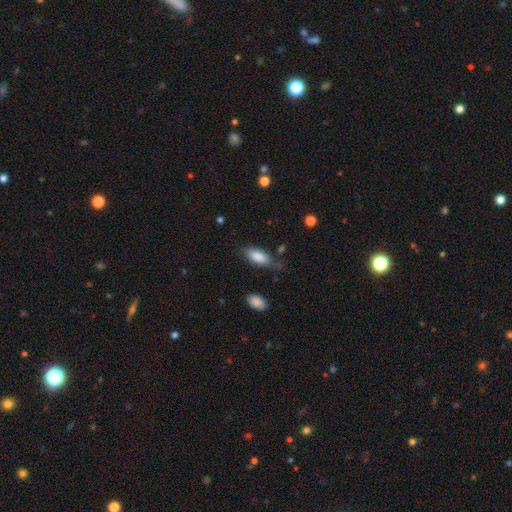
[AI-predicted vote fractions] smooth-or-featured: smooth: 80% | featured or disk: 12% | star or artifact: 8%
  how-rounded: in between: 79% | cigar-shaped: 18% | round: 3%
  merging: none: 66% | minor disturbance: 23% | major disturbance: 7% | merger: 4%